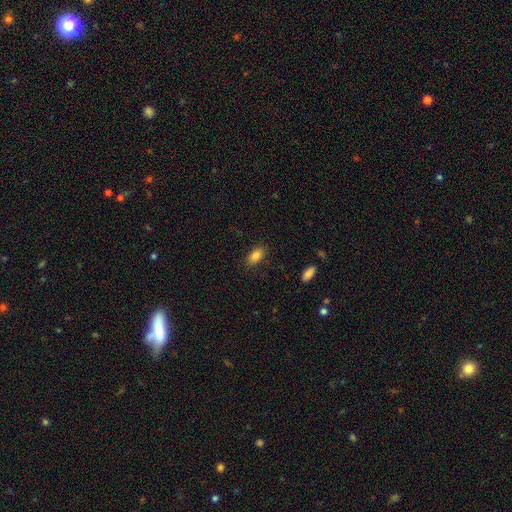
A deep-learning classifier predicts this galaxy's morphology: smooth_or_featured: smooth (p=0.85) [alt: star or artifact p=0.08]
how_rounded: in between (p=0.91) [alt: round p=0.05]
merging: none (p=0.85) [alt: minor disturbance p=0.11]